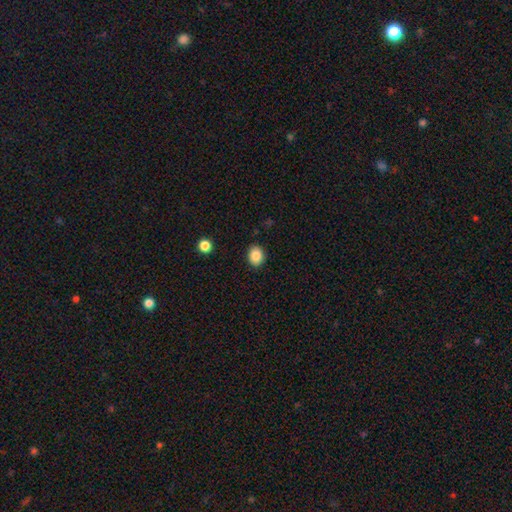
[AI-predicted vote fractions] smooth-or-featured: smooth: 86% | star or artifact: 9% | featured or disk: 5%
  how-rounded: in between: 50% | round: 49% | cigar-shaped: 1%
  merging: none: 89% | minor disturbance: 8% | major disturbance: 2% | merger: 1%